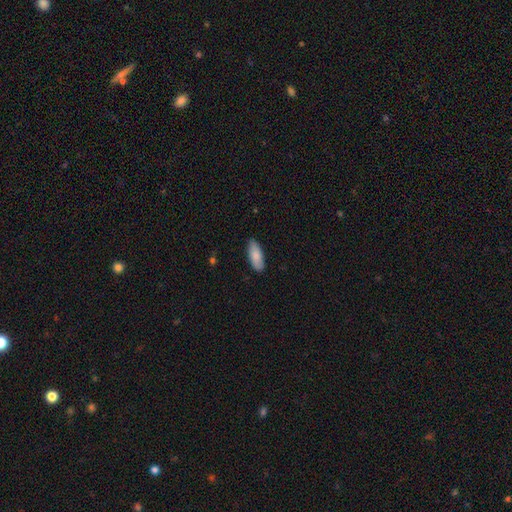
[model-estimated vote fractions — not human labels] This appears to be a smooth galaxy with no disk features (85%) that is in between round and cigar-shaped (79%). Merging: none (86%).